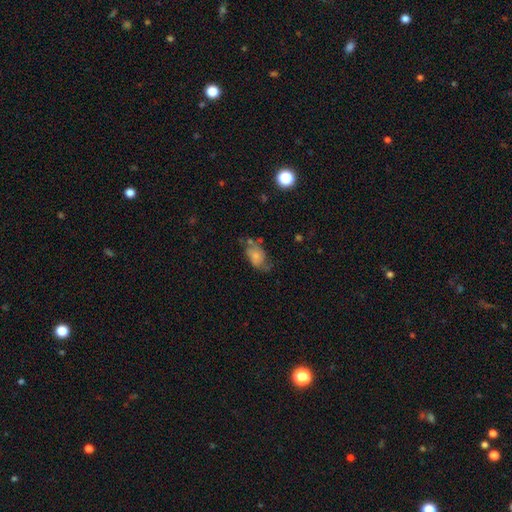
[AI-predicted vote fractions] Smooth or featured? smooth (61%)
How rounded? in between (87%)
Merging? none (39%)